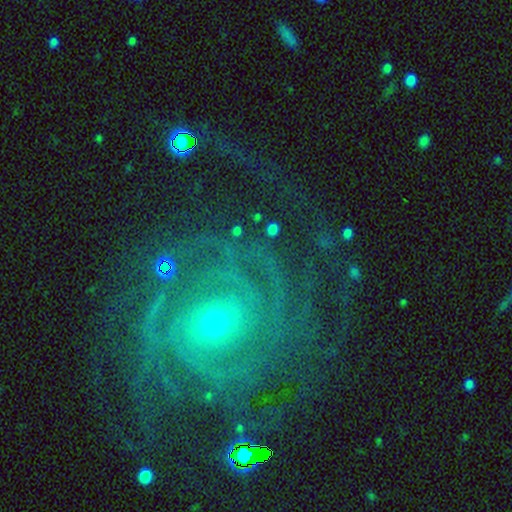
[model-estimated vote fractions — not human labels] Smooth or featured? Predicted: featured or disk (p=0.87). Edge-on disk? Predicted: no (p=0.97). Bar? Predicted: weak (p=0.44). Spiral arms? Predicted: yes (p=0.98). Spiral winding? Predicted: tight (p=0.69). Spiral arm count? Predicted: can't tell (p=0.25). Bulge size? Predicted: small (p=0.74). Merging? Predicted: none (p=0.68).